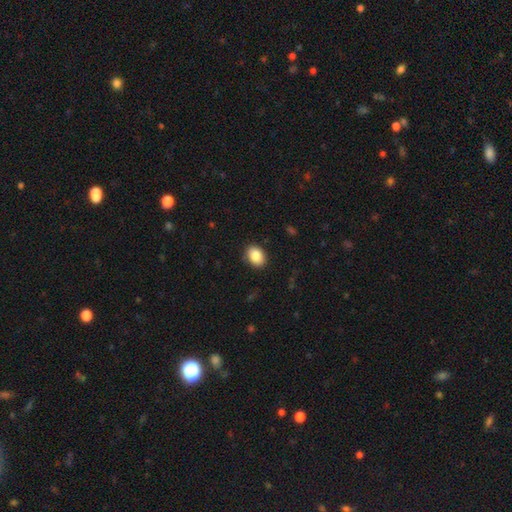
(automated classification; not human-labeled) The model was most divided on "how rounded": in between: 61%, round: 38%, cigar-shaped: 1%. More confident: merging — none (87%); smooth or featured — smooth (86%).